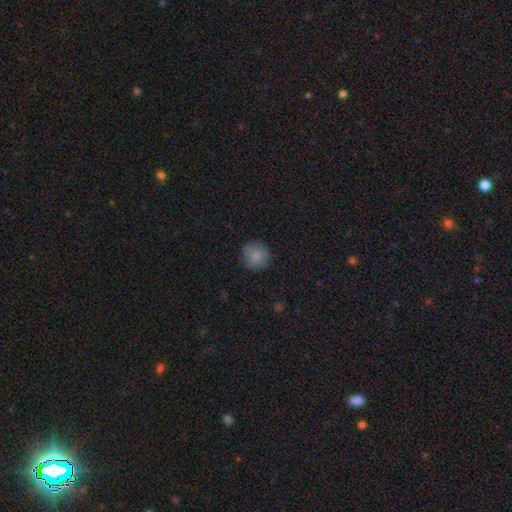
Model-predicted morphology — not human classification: Overall: smooth (83%). How rounded: round (92%). Merging: none (82%).